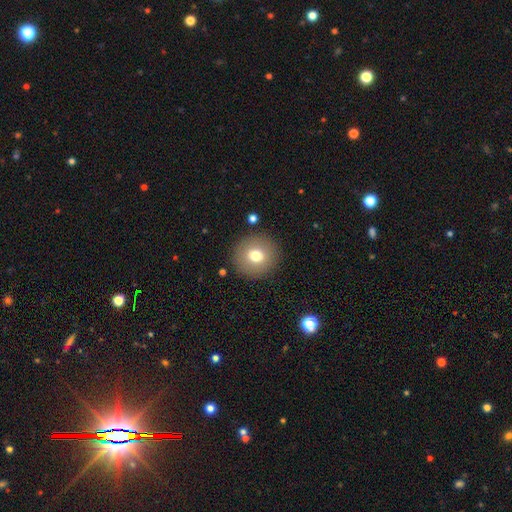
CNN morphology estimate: A smooth galaxy with no disk features (74%) that is round (94%).

Vote fractions:
- Smooth or featured? smooth: 74% / featured or disk: 15% / star or artifact: 10%
- How rounded? round: 94% / in between: 5% / cigar-shaped: 1%
- Merging? none: 89% / minor disturbance: 6% / major disturbance: 3% / merger: 2%